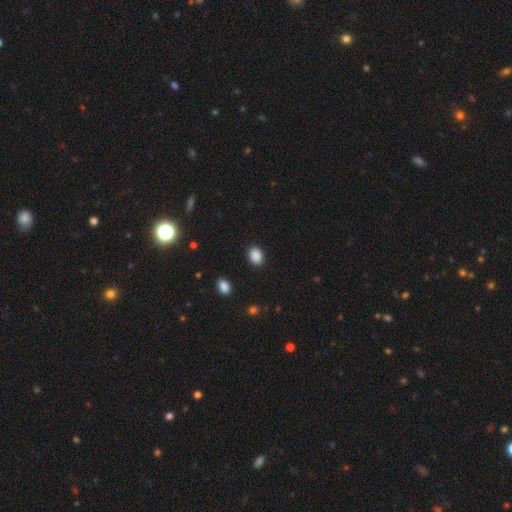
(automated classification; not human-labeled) A smooth galaxy with no disk features (88%) that is in between round and cigar-shaped (66%).

Vote fractions:
- Smooth or featured? smooth: 88% / star or artifact: 9% / featured or disk: 3%
- How rounded? in between: 66% / round: 33% / cigar-shaped: 1%
- Merging? none: 89% / minor disturbance: 8% / major disturbance: 2% / merger: 1%